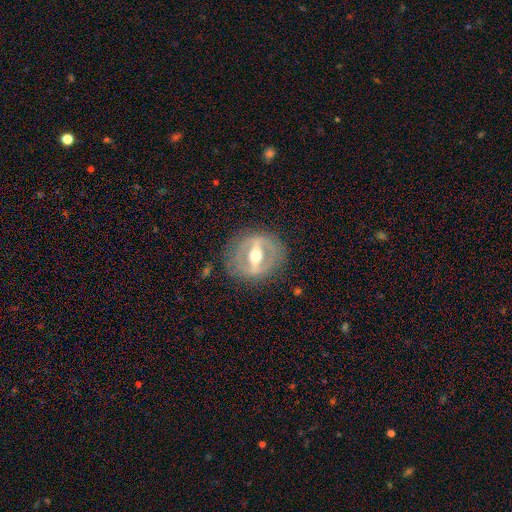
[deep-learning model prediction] Smooth or featured? featured or disk (80%)
Edge-on disk? no (81%)
Bar? strong (76%)
Spiral arms? no (74%)
Bulge size? moderate (75%)
Merging? none (82%)